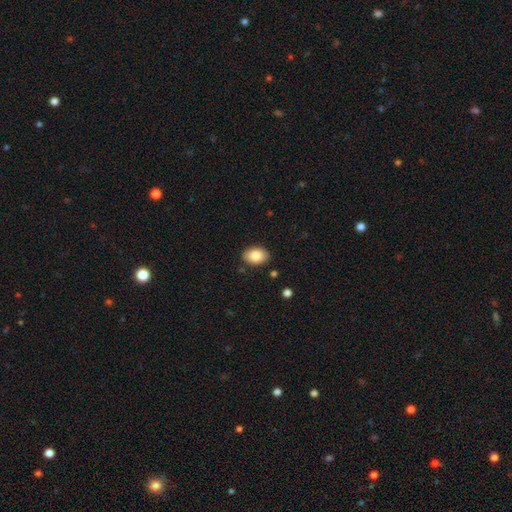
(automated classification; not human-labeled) Smooth or featured?
  - smooth: 84% *
  - featured or disk: 9%
  - star or artifact: 7%
How rounded?
  - in between: 85% *
  - round: 14%
  - cigar-shaped: 1%
Merging?
  - none: 87% *
  - minor disturbance: 9%
  - major disturbance: 2%
  - merger: 2%